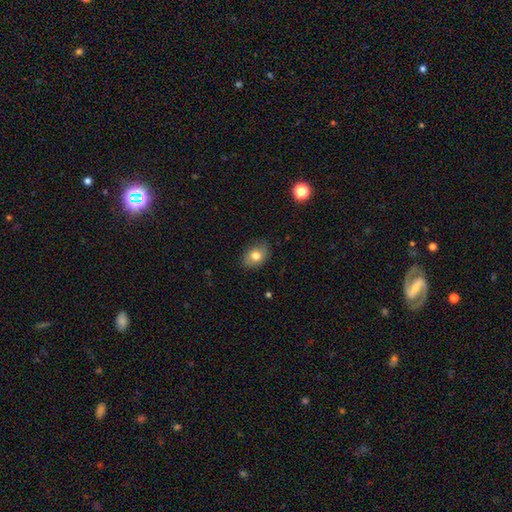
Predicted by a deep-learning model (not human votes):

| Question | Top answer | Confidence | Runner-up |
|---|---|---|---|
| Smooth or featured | smooth | 77% | featured or disk (14%) |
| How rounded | in between | 74% | round (25%) |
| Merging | none | 83% | minor disturbance (14%) |